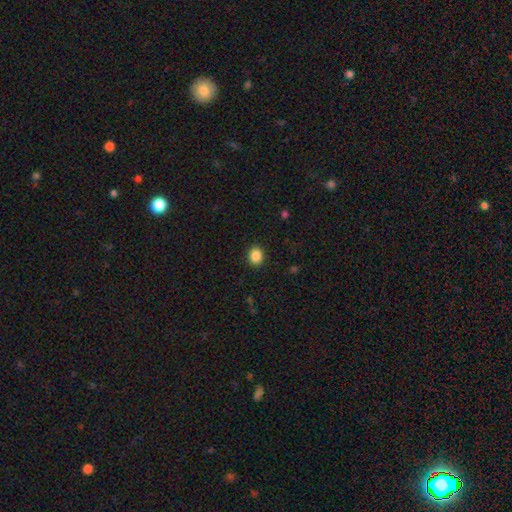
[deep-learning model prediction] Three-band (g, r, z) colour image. It shows a smooth galaxy with no disk features (87%) that is round (58%). Merging: none (91%).